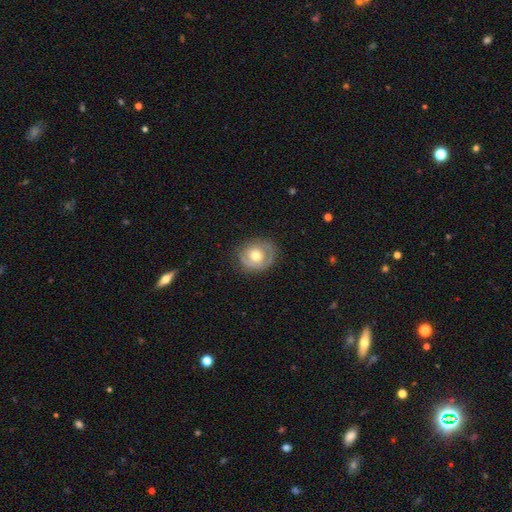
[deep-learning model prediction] Smooth or featured: featured or disk — 55% (smooth — 38%)
Edge-on disk: no — 95% (yes — 5%)
Bar: no — 83% (weak — 14%)
Spiral arms: no — 50% (tied with yes — 50%)
Bulge size: moderate — 70% (small — 20%)
Merging: none — 72% (minor disturbance — 18%)